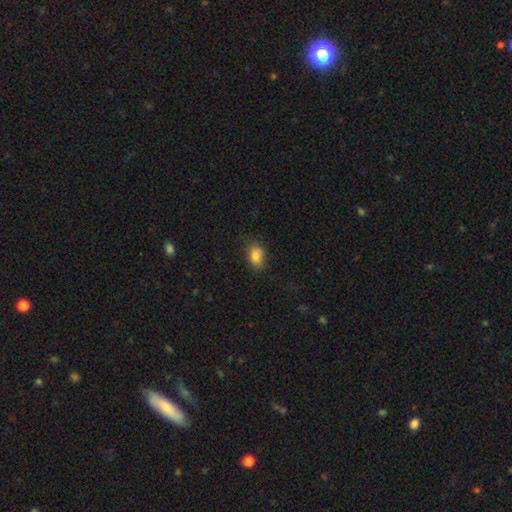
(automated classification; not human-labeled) smooth-or-featured: smooth: 86% | star or artifact: 9% | featured or disk: 5%
  how-rounded: in between: 82% | round: 17% | cigar-shaped: 2%
  merging: none: 77% | minor disturbance: 17% | major disturbance: 5% | merger: 1%